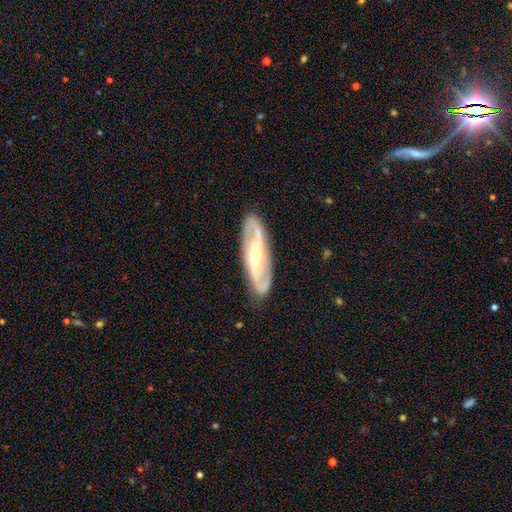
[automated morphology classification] Smooth or featured? featured or disk (83%)
Edge-on disk? no (87%)
Bar? weak (36%)
Spiral arms? yes (93%)
Spiral winding? medium (45%)
Spiral arm count? 2 (90%)
Bulge size? small (55%)
Merging? none (87%)